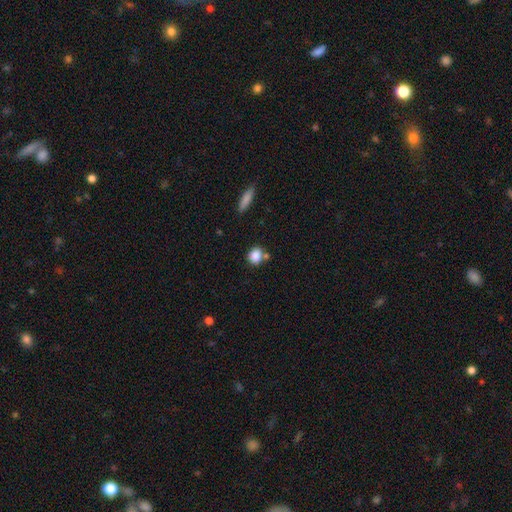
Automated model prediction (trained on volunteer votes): smooth 85%, star or artifact 9%, featured or disk 6%. Down the decision tree: how rounded — round (66%); merging — none (62%).